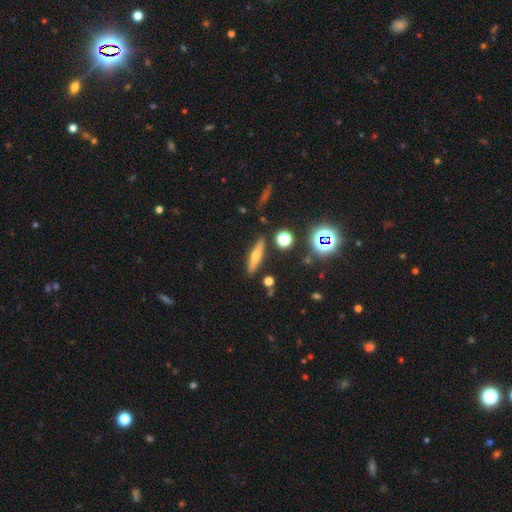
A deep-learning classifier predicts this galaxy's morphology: smooth-or-featured: smooth: 45% | featured or disk: 43% | star or artifact: 12%
  merging: none: 86% | minor disturbance: 9% | merger: 3% | major disturbance: 2%